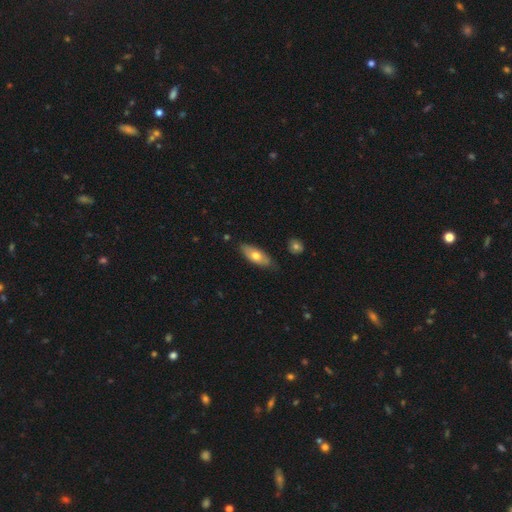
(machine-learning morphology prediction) Q: Smooth or featured?
A: smooth (66%); runner-up: featured or disk (28%)
Q: How rounded?
A: in between (76%); runner-up: cigar-shaped (22%)
Q: Merging?
A: none (77%); runner-up: minor disturbance (18%)